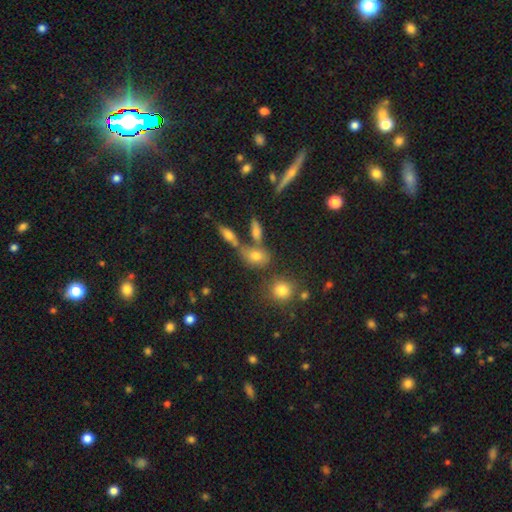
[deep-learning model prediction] Morphology: type=smooth (69%); roundness=in between (64%); merging=none (52%).